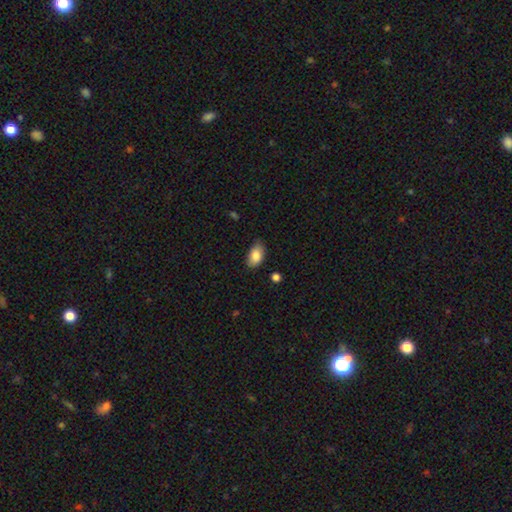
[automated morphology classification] A smooth galaxy with no disk features (85%) that is in between round and cigar-shaped (91%). Merging: none (72%).